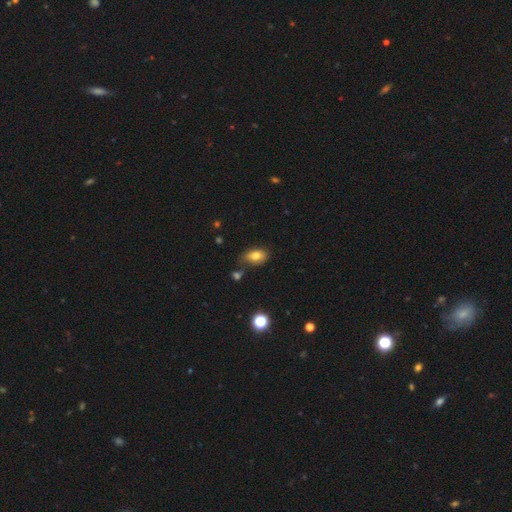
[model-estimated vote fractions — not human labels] A smooth galaxy with no disk features (77%) that is in between round and cigar-shaped (87%).

Vote fractions:
- Smooth or featured? smooth: 77% / featured or disk: 13% / star or artifact: 10%
- How rounded? in between: 87% / round: 11% / cigar-shaped: 2%
- Merging? none: 67% / minor disturbance: 21% / merger: 7% / major disturbance: 5%